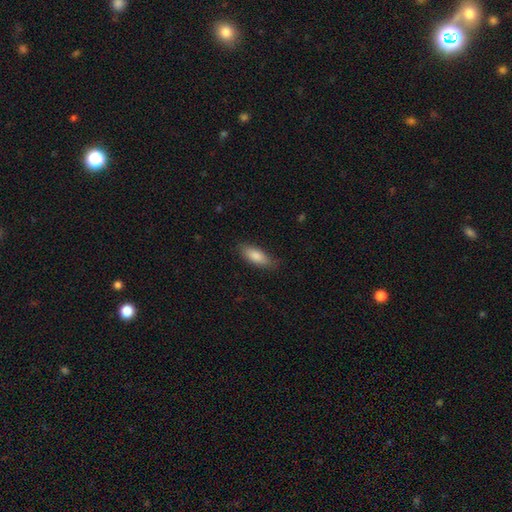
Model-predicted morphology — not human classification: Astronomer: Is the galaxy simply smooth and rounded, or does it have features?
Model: smooth — 84%.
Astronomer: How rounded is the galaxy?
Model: in between — 70%.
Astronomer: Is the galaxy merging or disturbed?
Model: none — 80%.